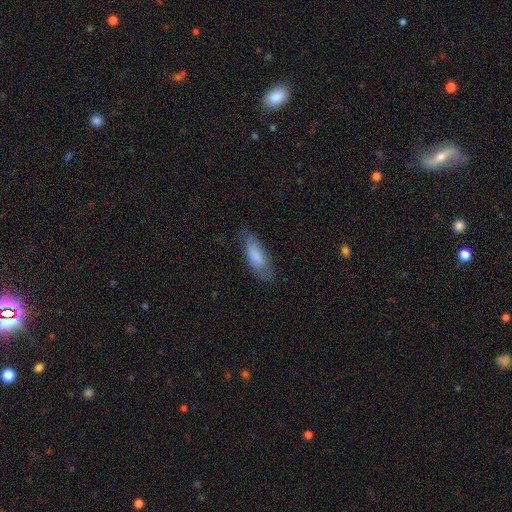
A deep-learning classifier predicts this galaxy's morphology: A smooth galaxy with no disk features (79%) that is in between round and cigar-shaped (63%). Merging: none (69%).